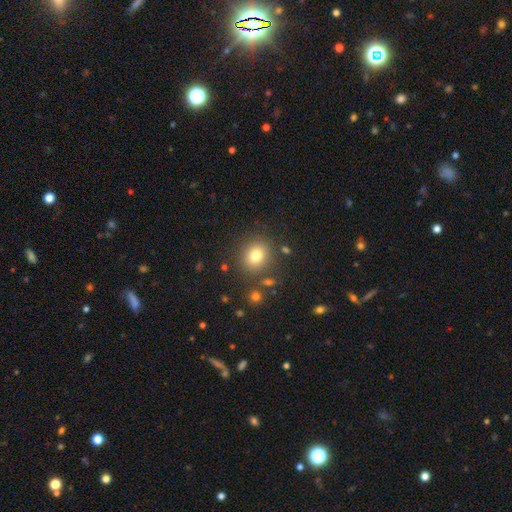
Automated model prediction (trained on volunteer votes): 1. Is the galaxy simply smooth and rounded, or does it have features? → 79% smooth, 13% star or artifact, 9% featured or disk.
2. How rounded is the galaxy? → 79% round, 20% in between, 1% cigar-shaped.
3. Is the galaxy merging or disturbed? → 84% none, 9% minor disturbance, 4% merger, 4% major disturbance.